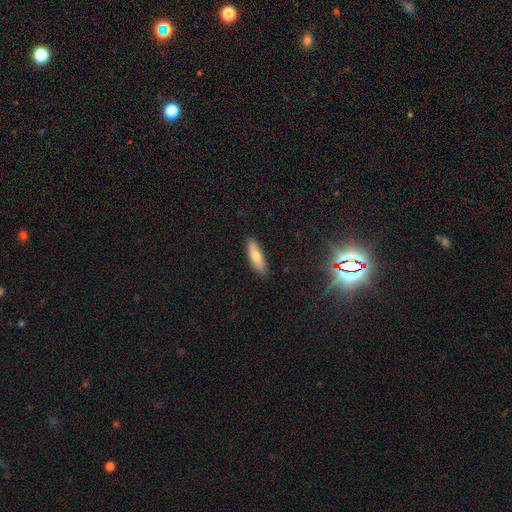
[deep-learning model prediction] A smooth galaxy with no disk features (69%) that is cigar-shaped (55%). Merging: none (86%).